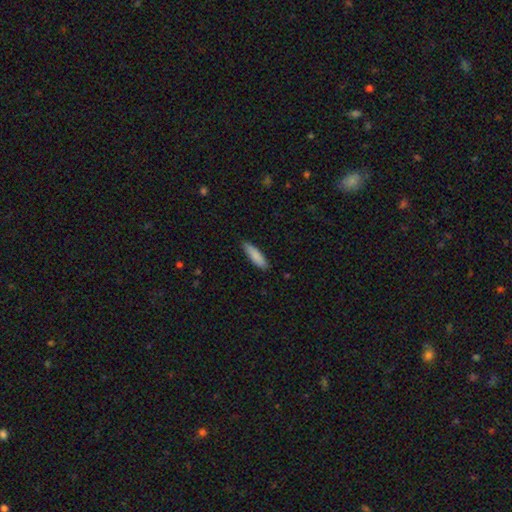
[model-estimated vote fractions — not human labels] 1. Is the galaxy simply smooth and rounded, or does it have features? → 87% smooth, 8% featured or disk, 6% star or artifact.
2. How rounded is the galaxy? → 63% cigar-shaped, 35% in between, 1% round.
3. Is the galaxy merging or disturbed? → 84% none, 13% minor disturbance, 2% major disturbance, 1% merger.